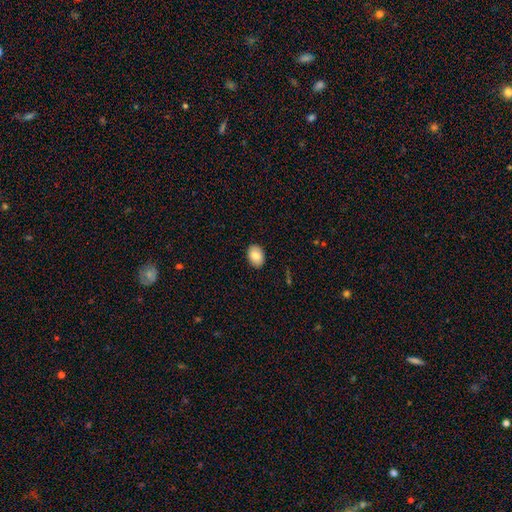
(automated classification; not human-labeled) Q: Smooth or featured?
A: smooth (84%); runner-up: featured or disk (9%)
Q: How rounded?
A: in between (79%); runner-up: round (20%)
Q: Merging?
A: none (90%); runner-up: minor disturbance (8%)